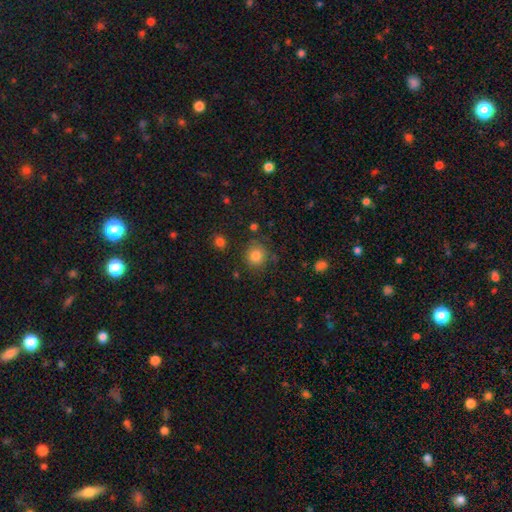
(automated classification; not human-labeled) Smooth or featured? smooth (82%)
How rounded? round (89%)
Merging? none (80%)